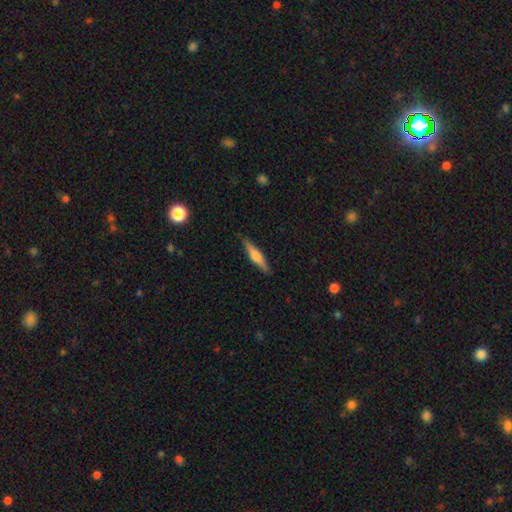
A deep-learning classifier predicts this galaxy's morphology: type=featured or disk (48%); merging=none (88%).